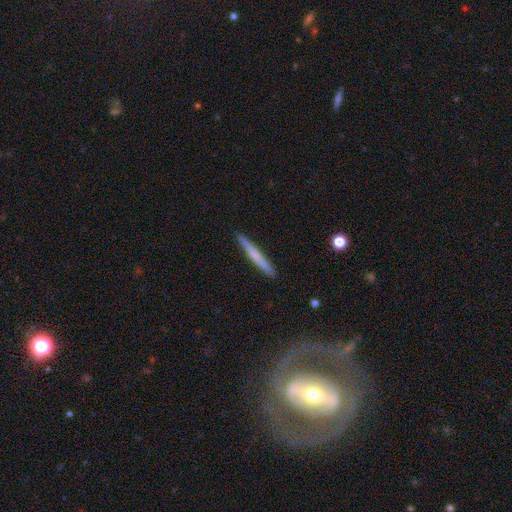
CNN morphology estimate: This is possibly a smooth galaxy (54%). How rounded: clearly cigar-shaped (96%). Merging: clearly none (91%).